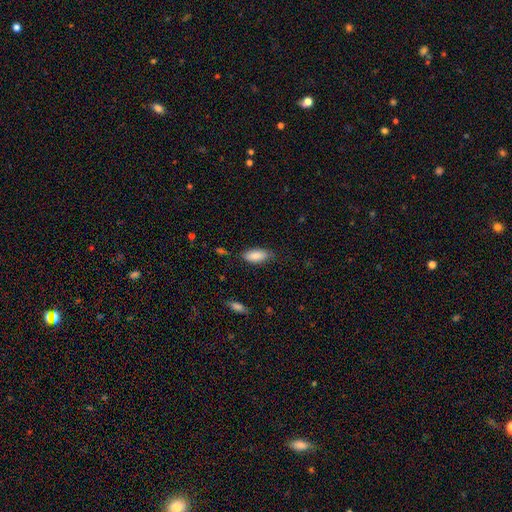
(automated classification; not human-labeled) Smooth or featured? Predicted: smooth (p=0.88). How rounded? Predicted: in between (p=0.86). Merging? Predicted: none (p=0.76).